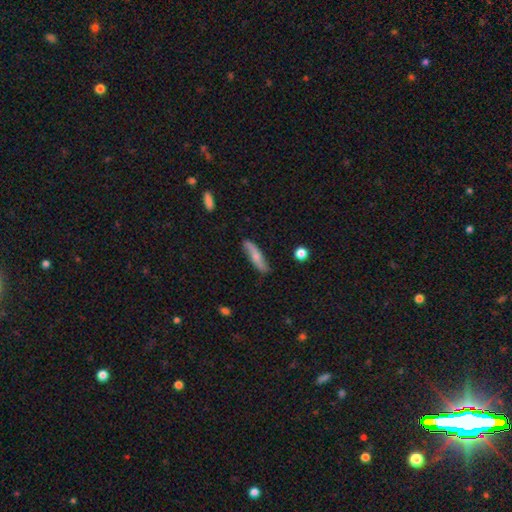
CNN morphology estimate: Smooth or featured? smooth (59%)
How rounded? cigar-shaped (74%)
Merging? none (78%)